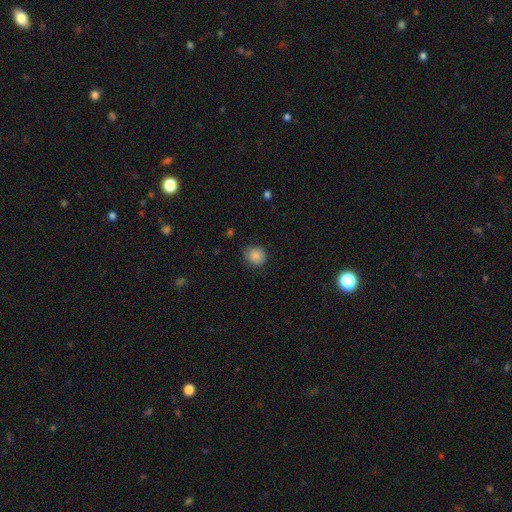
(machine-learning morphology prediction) Smooth or featured? smooth (86%)
How rounded? round (76%)
Merging? none (78%)